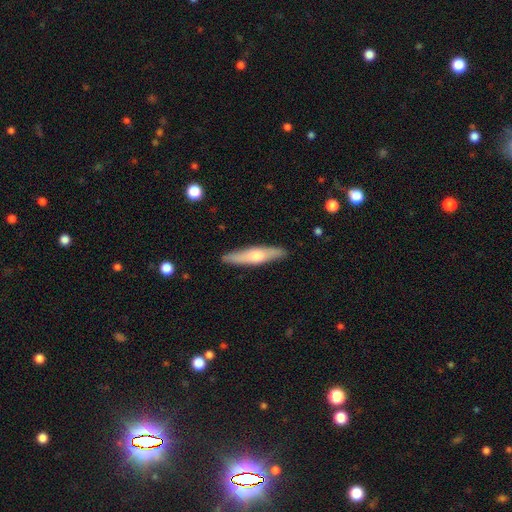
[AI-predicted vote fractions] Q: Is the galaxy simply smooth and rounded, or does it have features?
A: smooth — 49%.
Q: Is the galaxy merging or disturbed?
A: none — 90%.